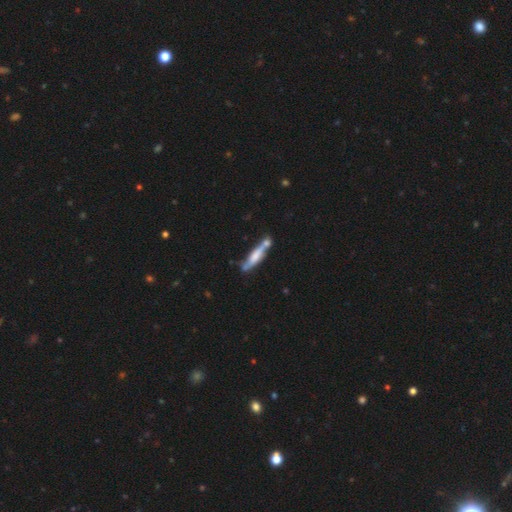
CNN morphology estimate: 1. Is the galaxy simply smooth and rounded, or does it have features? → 47% featured or disk (tied), 47% smooth (tied), 6% star or artifact.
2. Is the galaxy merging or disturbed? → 47% none, 29% merger, 18% minor disturbance, 6% major disturbance.